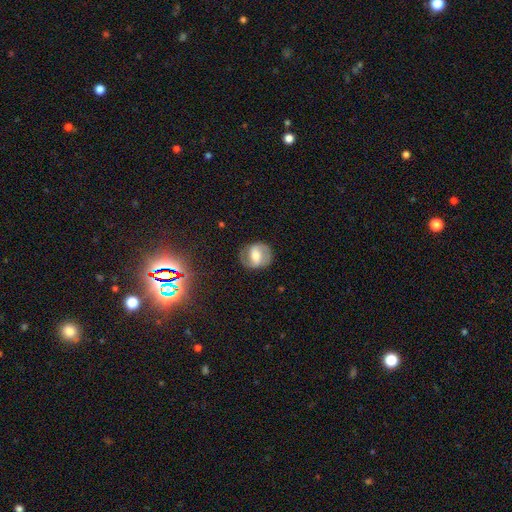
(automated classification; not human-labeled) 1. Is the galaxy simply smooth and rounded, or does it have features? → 65% featured or disk, 27% smooth, 7% star or artifact.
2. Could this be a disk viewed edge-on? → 96% no, 4% yes.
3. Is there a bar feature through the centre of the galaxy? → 46% strong, 38% weak, 16% no.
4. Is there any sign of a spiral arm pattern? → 79% yes, 21% no.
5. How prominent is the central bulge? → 57% moderate, 22% small, 16% large, 3% none, 2% dominant.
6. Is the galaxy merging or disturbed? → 81% none, 12% minor disturbance, 5% major disturbance, 1% merger.